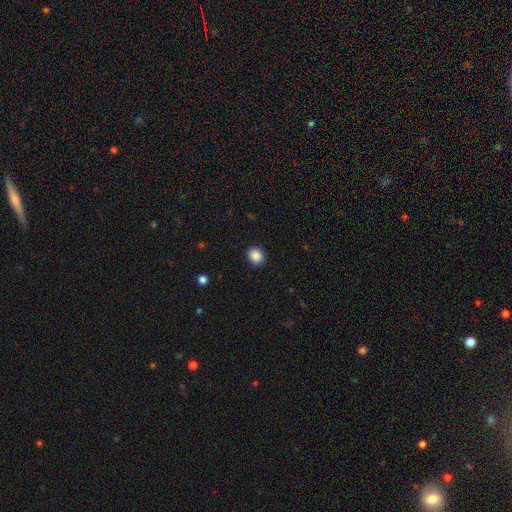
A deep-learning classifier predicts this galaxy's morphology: A smooth galaxy with no disk features (88%) that is round (79%).

Vote fractions:
- Smooth or featured? smooth: 88% / star or artifact: 9% / featured or disk: 3%
- How rounded? round: 79% / in between: 20% / cigar-shaped: 1%
- Merging? none: 91% / minor disturbance: 6% / major disturbance: 2% / merger: 1%